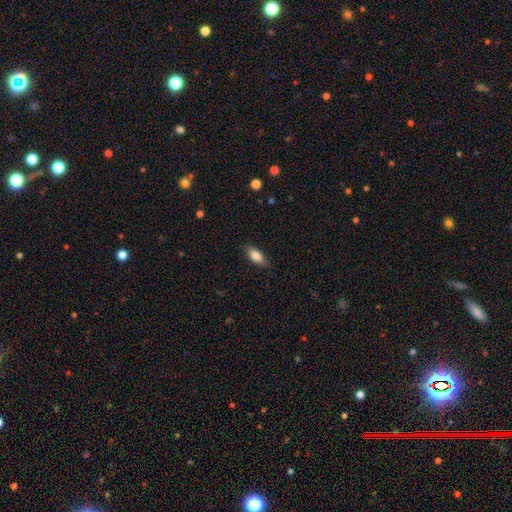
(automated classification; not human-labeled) This is clearly a smooth galaxy (84%). How rounded: clearly in between (84%). Merging: clearly none (83%).